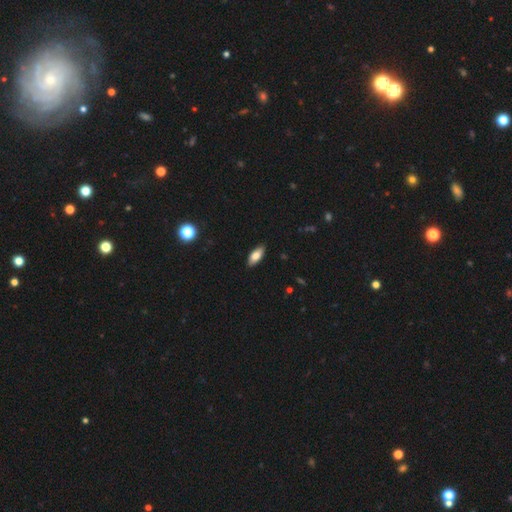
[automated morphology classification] Smooth or featured?
  - smooth: 77% *
  - featured or disk: 16%
  - star or artifact: 7%
How rounded?
  - in between: 83% *
  - cigar-shaped: 14%
  - round: 2%
Merging?
  - none: 89% *
  - minor disturbance: 9%
  - major disturbance: 2%
  - merger: 1%